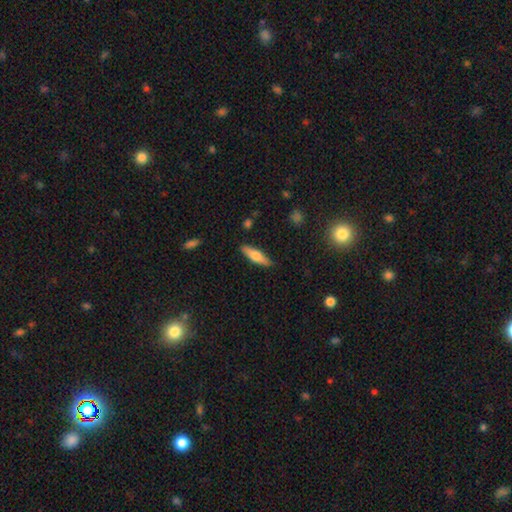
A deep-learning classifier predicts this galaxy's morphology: The model was most divided on "smooth or featured": smooth: 59%, featured or disk: 35%, star or artifact: 6%. More confident: merging — none (87%); how rounded — cigar-shaped (62%).